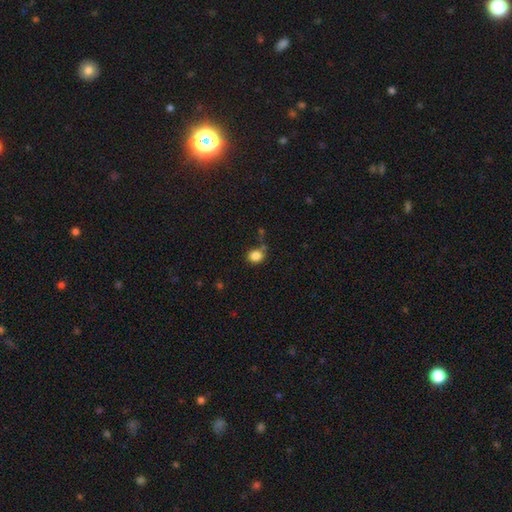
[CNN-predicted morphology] smooth-or-featured: smooth: 84% | star or artifact: 11% | featured or disk: 5%
  how-rounded: round: 79% | in between: 21% | cigar-shaped: 1%
  merging: none: 69% | minor disturbance: 16% | merger: 10% | major disturbance: 5%